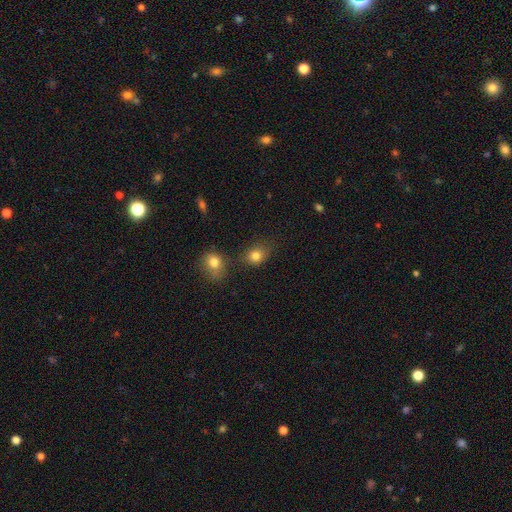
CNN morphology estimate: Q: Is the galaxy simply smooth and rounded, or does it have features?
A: smooth — 80%.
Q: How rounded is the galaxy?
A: round — 62%.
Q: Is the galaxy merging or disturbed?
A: none — 64%.